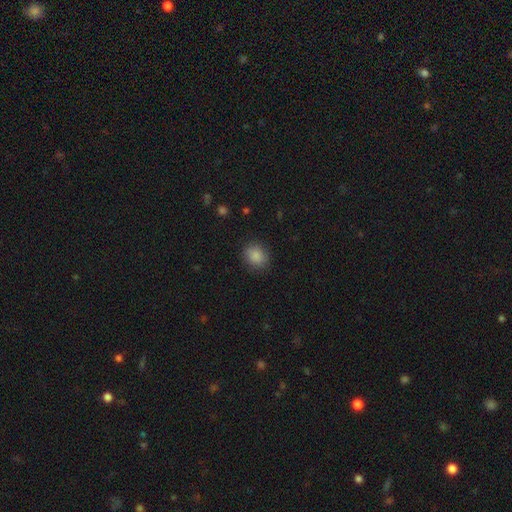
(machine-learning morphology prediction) A smooth galaxy with no disk features (87%) that is round (66%).

Vote fractions:
- Smooth or featured? smooth: 87% / star or artifact: 9% / featured or disk: 4%
- How rounded? round: 66% / in between: 33% / cigar-shaped: 1%
- Merging? none: 86% / minor disturbance: 10% / major disturbance: 3% / merger: 1%